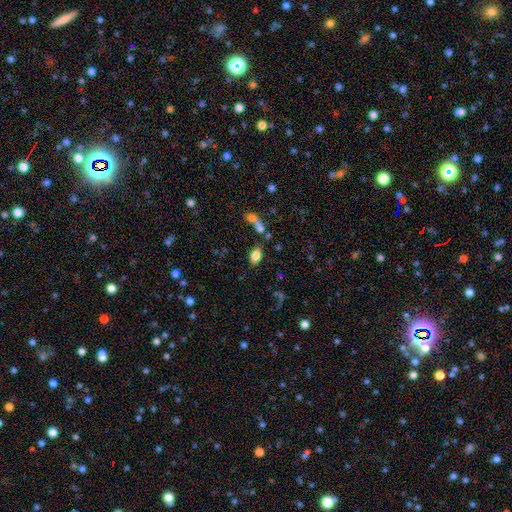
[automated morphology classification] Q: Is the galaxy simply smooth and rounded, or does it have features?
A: smooth — 80%.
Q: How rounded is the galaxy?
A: in between — 89%.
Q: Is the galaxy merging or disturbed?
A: none — 74%.